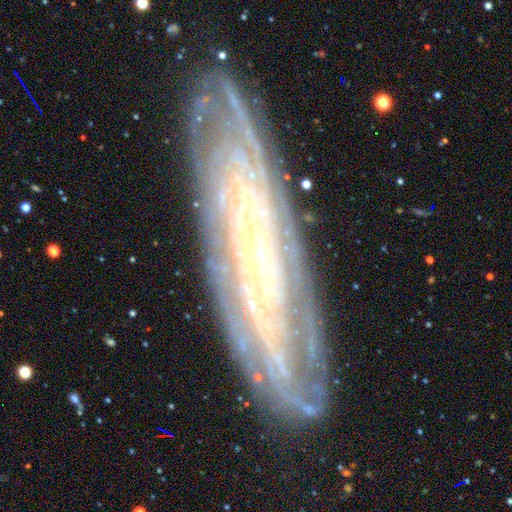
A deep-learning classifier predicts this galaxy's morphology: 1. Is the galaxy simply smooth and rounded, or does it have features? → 81% featured or disk, 10% smooth, 9% star or artifact.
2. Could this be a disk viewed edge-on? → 67% no, 33% yes.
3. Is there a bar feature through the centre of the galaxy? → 59% no, 25% weak, 15% strong.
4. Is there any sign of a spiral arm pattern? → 94% yes, 6% no.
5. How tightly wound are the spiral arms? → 82% tight, 14% medium, 4% loose.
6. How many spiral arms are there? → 47% can't tell, 14% more than 4, 13% 2, 10% 4, 10% 3, 7% 1.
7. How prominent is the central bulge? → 83% small, 11% moderate, 3% none, 2% large, 1% dominant.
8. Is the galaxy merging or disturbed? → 83% none, 12% minor disturbance, 3% major disturbance, 1% merger.